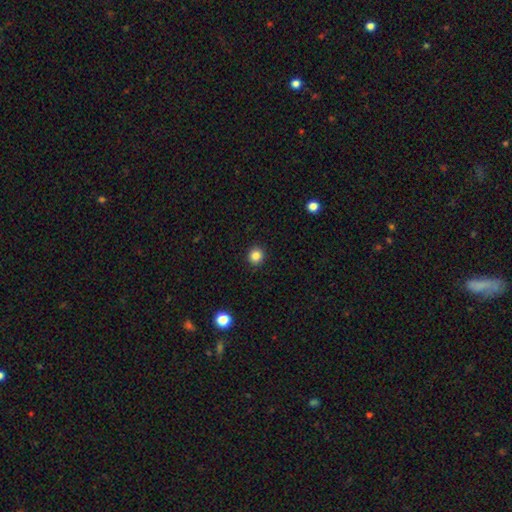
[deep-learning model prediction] smooth 84%, star or artifact 11%, featured or disk 4%. Down the decision tree: how rounded — round (91%); merging — none (92%).